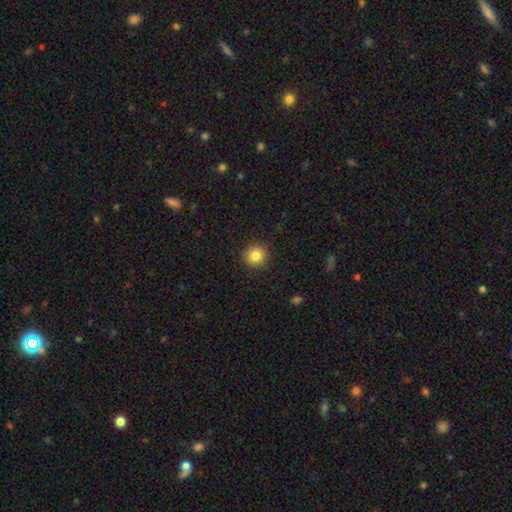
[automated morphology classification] This appears to be a smooth galaxy with no disk features (84%) that is round (93%). Merging: none (91%).